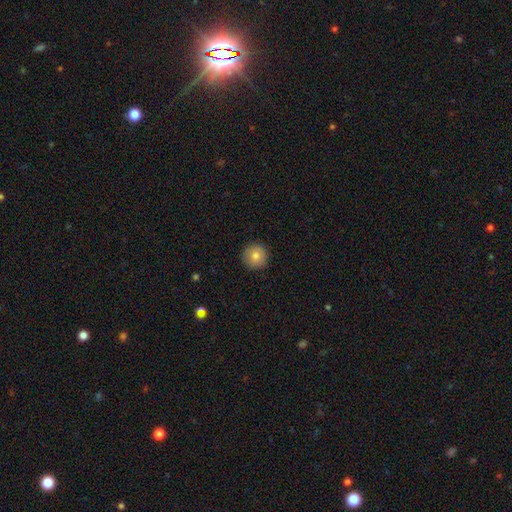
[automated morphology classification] Q: Smooth or featured?
A: smooth (80%); runner-up: featured or disk (11%)
Q: How rounded?
A: round (96%); runner-up: in between (3%)
Q: Merging?
A: none (92%); runner-up: minor disturbance (6%)